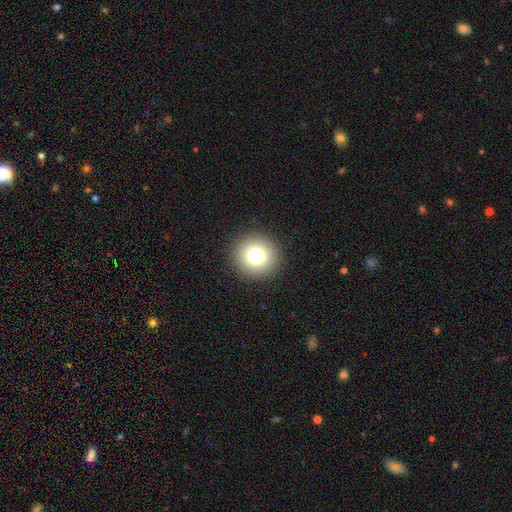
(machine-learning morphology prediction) A smooth galaxy with no disk features (79%) that is round (94%). Merging: none (92%).